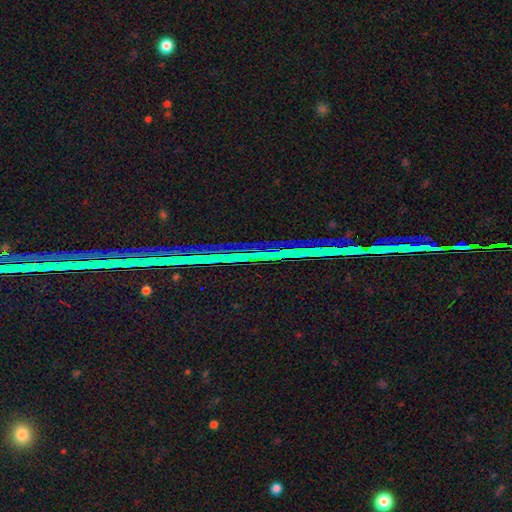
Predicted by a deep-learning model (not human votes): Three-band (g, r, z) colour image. It shows a star or artifact, not a galaxy (87%).